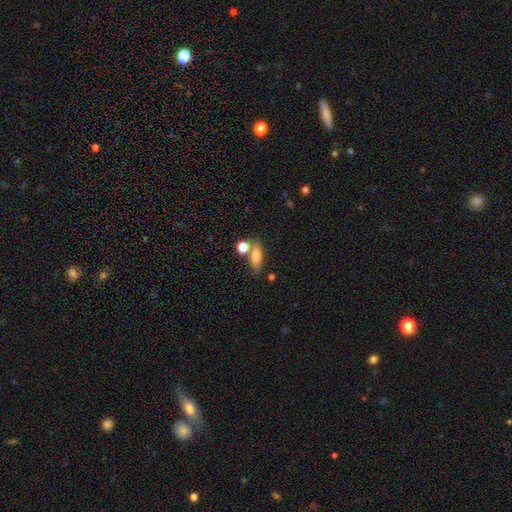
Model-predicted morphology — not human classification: Smooth or featured? smooth (72%)
How rounded? in between (58%)
Merging? none (64%)